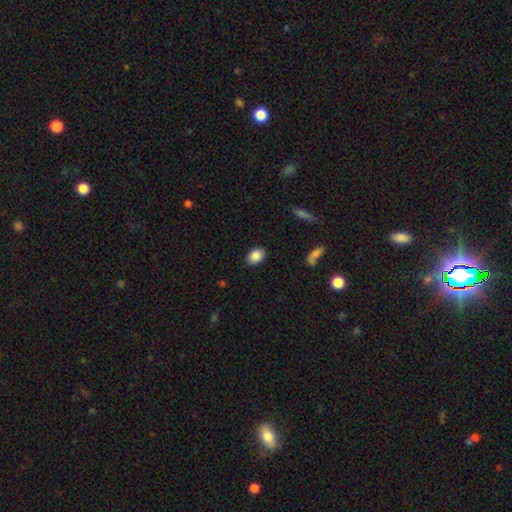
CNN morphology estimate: smooth-or-featured: smooth: 86% | star or artifact: 8% | featured or disk: 6%
  how-rounded: in between: 75% | round: 24% | cigar-shaped: 1%
  merging: none: 88% | minor disturbance: 8% | major disturbance: 2% | merger: 1%